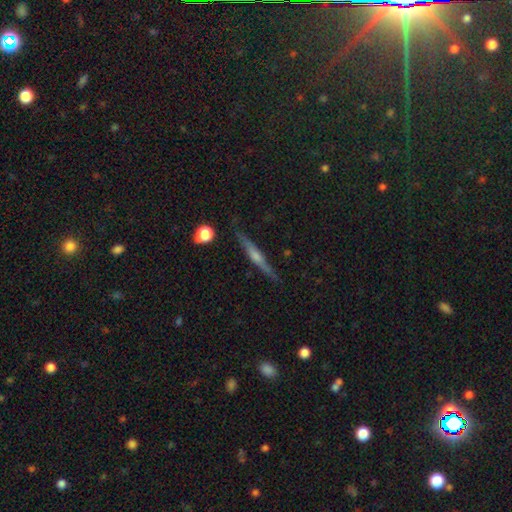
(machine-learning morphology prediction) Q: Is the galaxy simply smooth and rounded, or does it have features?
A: featured or disk — 67%.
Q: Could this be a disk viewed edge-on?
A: yes — 97%.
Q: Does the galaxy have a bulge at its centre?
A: rounded — 65%.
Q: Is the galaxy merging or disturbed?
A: none — 86%.